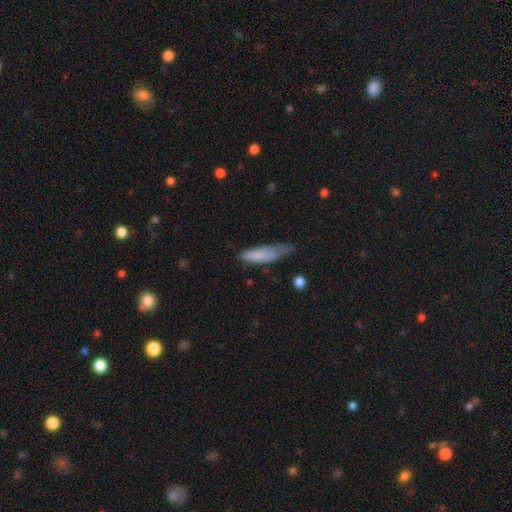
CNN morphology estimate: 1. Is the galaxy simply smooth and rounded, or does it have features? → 75% smooth, 17% featured or disk, 8% star or artifact.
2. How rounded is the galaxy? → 67% cigar-shaped, 31% in between, 2% round.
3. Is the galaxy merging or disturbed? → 43% none, 40% minor disturbance, 14% major disturbance, 3% merger.